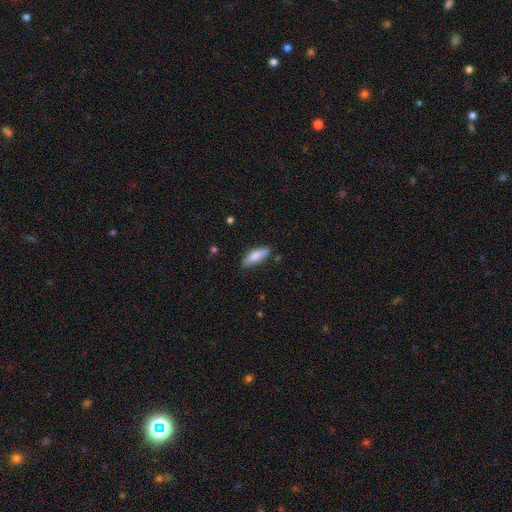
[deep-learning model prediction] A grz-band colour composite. It shows a smooth galaxy with no disk features (82%) that is in between round and cigar-shaped (64%). Merging: none (81%).